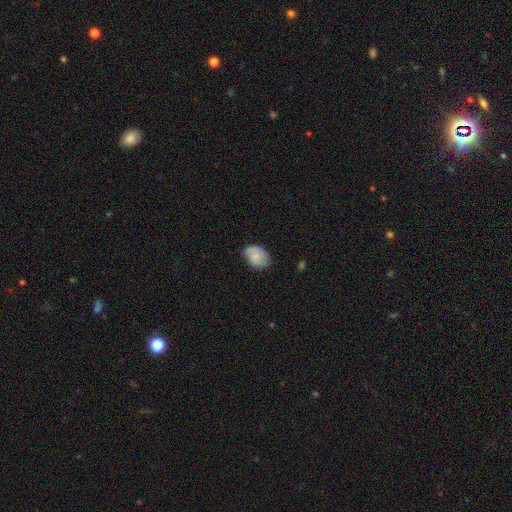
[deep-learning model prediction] Q: Smooth or featured?
A: smooth (67%); runner-up: featured or disk (26%)
Q: How rounded?
A: in between (81%); runner-up: round (17%)
Q: Merging?
A: none (66%); runner-up: minor disturbance (26%)